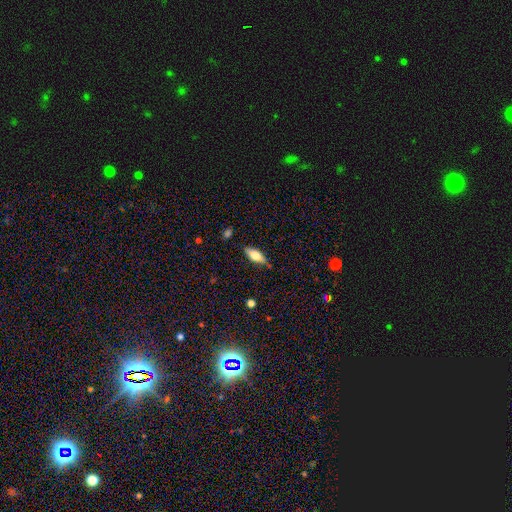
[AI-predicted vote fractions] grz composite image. It shows a smooth galaxy with no disk features (62%) that is in between round and cigar-shaped (74%). Merging: none (79%).